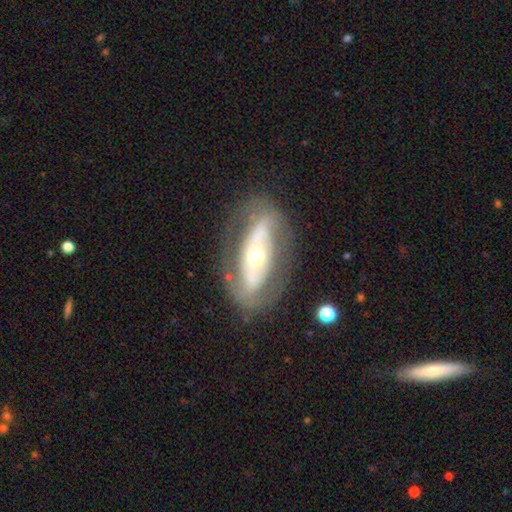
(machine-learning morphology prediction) This is likely a featured or disk galaxy (70%). It is clearly not viewed edge-on (85%). Bar: possibly no (57%). Spiral arm pattern: likely no (62%). Central bulge: likely moderate (61%). Merging: likely none (72%).